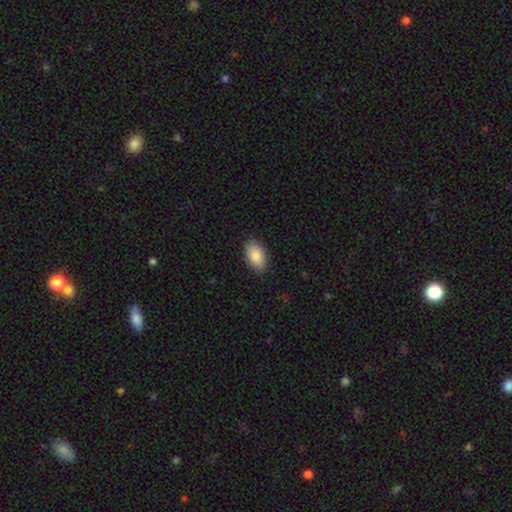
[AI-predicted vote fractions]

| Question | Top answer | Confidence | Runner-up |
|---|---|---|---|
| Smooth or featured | smooth | 88% | star or artifact (6%) |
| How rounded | in between | 94% | round (4%) |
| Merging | none | 87% | minor disturbance (10%) |